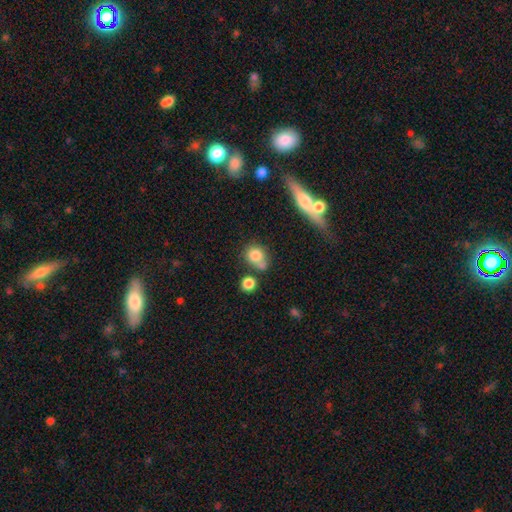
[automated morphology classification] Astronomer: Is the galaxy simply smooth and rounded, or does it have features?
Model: smooth — 78%.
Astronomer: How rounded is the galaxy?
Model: round — 69%.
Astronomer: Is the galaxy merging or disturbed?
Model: none — 47% (runner-up: merger, 31%).